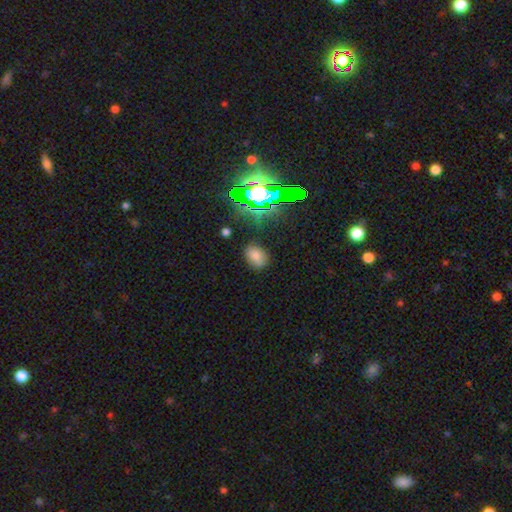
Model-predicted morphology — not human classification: The model was most divided on "smooth or featured": smooth: 63%, star or artifact: 28%, featured or disk: 10%. More confident: merging — none (82%); how rounded — in between (73%).